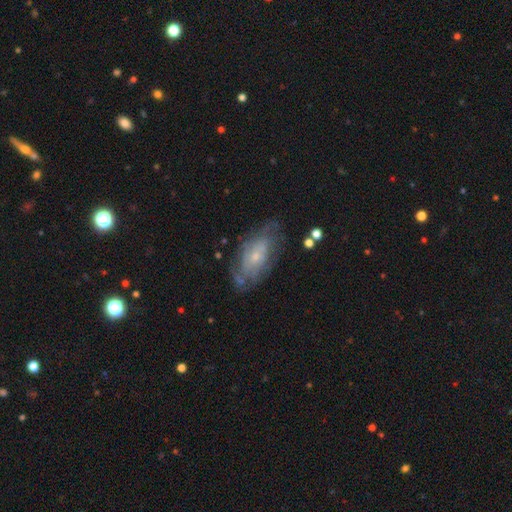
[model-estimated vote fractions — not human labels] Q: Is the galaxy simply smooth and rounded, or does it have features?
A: featured or disk — 61%.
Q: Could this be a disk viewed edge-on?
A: no — 90%.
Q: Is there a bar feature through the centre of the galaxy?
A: no — 75%.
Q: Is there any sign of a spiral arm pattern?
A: yes — 64%.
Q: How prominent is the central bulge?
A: small — 68%.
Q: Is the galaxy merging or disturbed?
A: none — 62%.